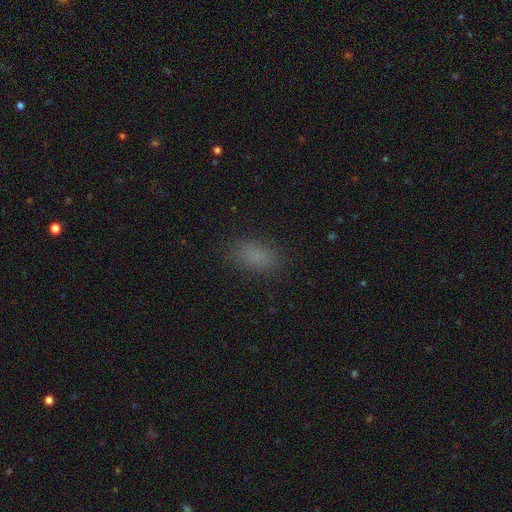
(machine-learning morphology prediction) smooth 80%, star or artifact 14%, featured or disk 6%. Down the decision tree: how rounded — in between (88%); merging — none (83%).